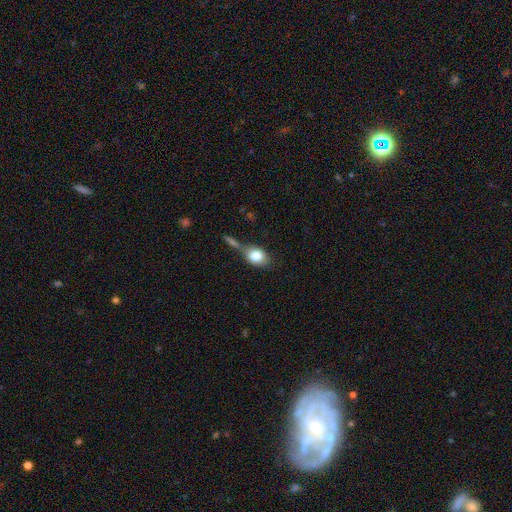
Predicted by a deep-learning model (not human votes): Smooth or featured? smooth (80%)
How rounded? in between (64%)
Merging? none (39%)